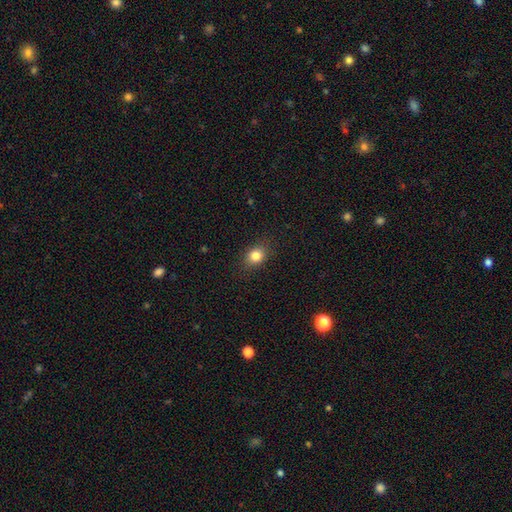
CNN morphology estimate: This appears to be a smooth galaxy with no disk features (83%) that is round (51%). Merging: none (86%).